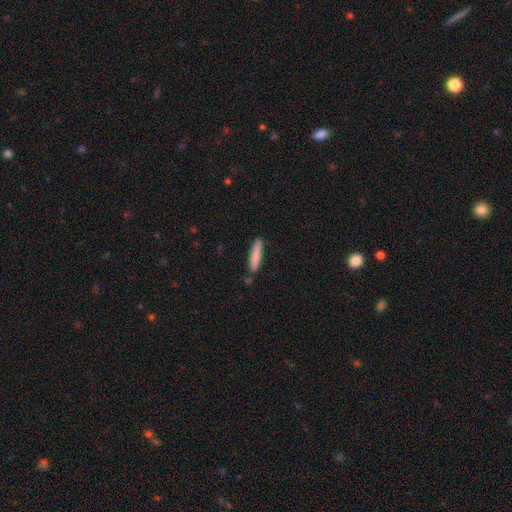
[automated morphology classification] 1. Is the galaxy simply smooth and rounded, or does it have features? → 83% smooth, 11% featured or disk, 6% star or artifact.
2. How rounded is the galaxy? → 87% cigar-shaped, 11% in between, 1% round.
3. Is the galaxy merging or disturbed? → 83% none, 11% minor disturbance, 4% merger, 2% major disturbance.